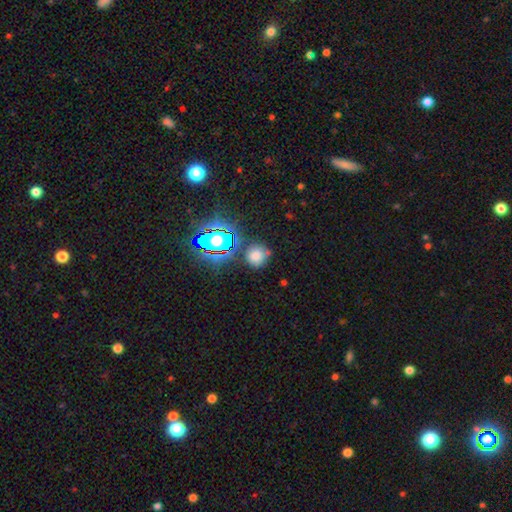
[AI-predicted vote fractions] A smooth galaxy with no disk features (67%) that is round (90%). Merging: none (73%).